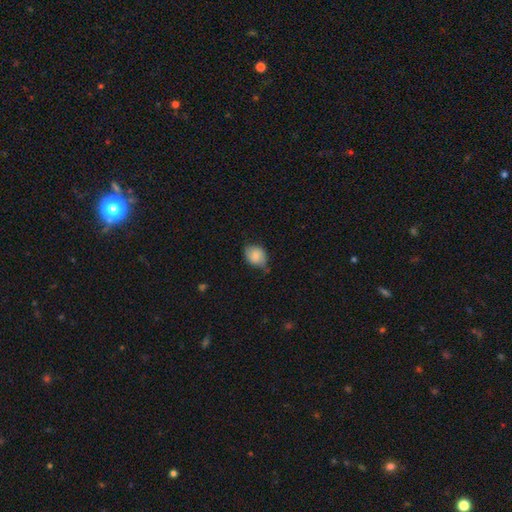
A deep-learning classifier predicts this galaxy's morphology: Smooth or featured? Predicted: smooth (p=0.76). How rounded? Predicted: in between (p=0.50). Merging? Predicted: none (p=0.53).